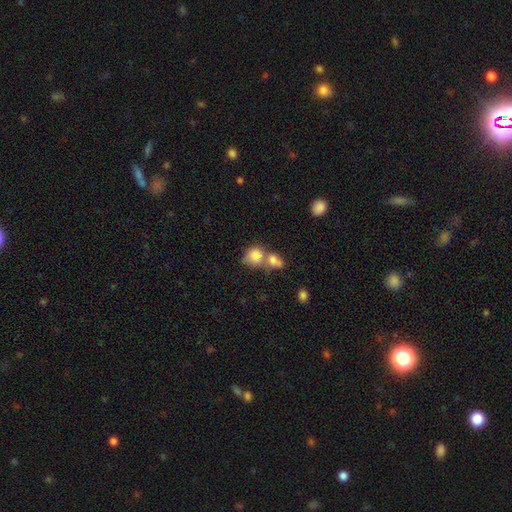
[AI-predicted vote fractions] Smooth or featured: smooth — 80% (featured or disk — 12%)
How rounded: round — 58% (in between — 40%)
Merging: merger — 62% (none — 25%)